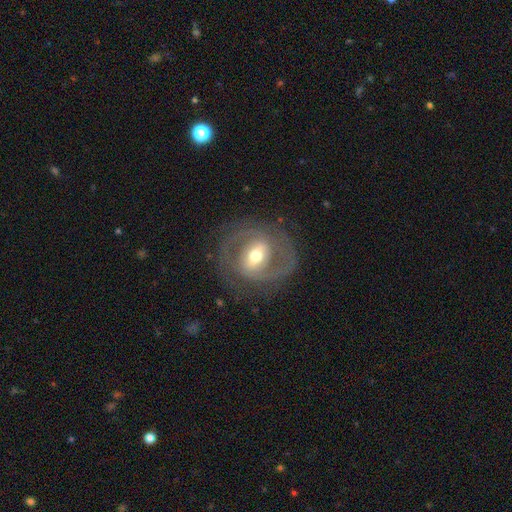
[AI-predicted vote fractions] featured or disk 79%, smooth 15%, star or artifact 5%. Down the decision tree: edge-on disk — no (96%); bar — strong (42%); spiral arms — yes (78%); spiral arm count — 2 (82%); spiral winding — medium (46%); bulge size — moderate (64%); merging — none (76%).